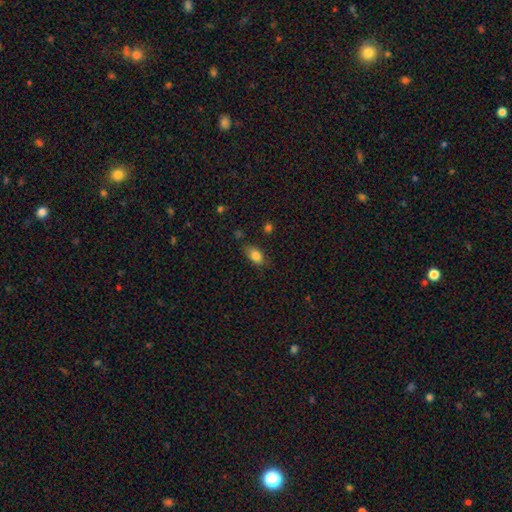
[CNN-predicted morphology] A smooth galaxy with no disk features (83%) that is in between round and cigar-shaped (84%).

Vote fractions:
- Smooth or featured? smooth: 83% / star or artifact: 9% / featured or disk: 8%
- How rounded? in between: 84% / round: 11% / cigar-shaped: 4%
- Merging? none: 73% / minor disturbance: 20% / major disturbance: 4% / merger: 3%